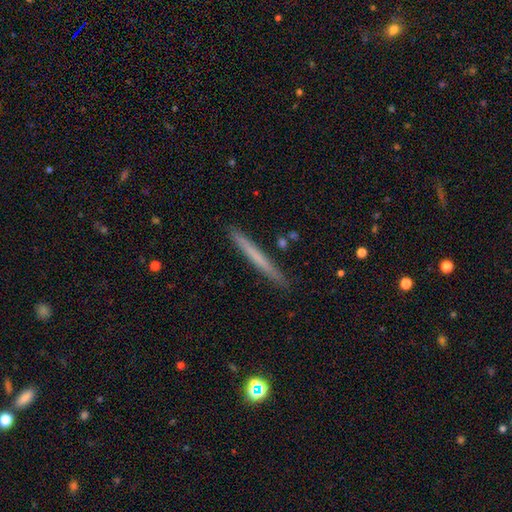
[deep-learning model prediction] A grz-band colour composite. It shows a smooth galaxy with no disk features (60%) that is cigar-shaped (97%). Merging: none (91%).